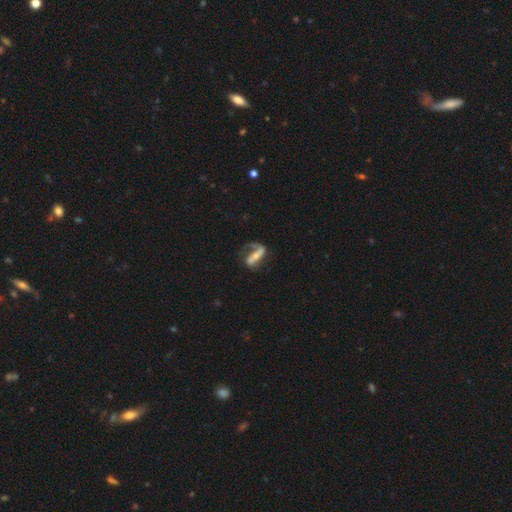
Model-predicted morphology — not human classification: smooth_or_featured: featured or disk (p=0.73) [alt: smooth p=0.21]
disk_edge_on: no (p=0.91) [alt: yes p=0.09]
bar: strong (p=0.51) [alt: weak p=0.26]
has_spiral_arms: yes (p=0.86) [alt: no p=0.14]
spiral_winding: loose (p=0.54) [alt: medium p=0.32]
spiral_arm_count: 2 (p=0.50) [alt: 1 p=0.43]
bulge_size: small (p=0.51) [alt: moderate p=0.30]
merging: none (p=0.43) [alt: major disturbance p=0.34]